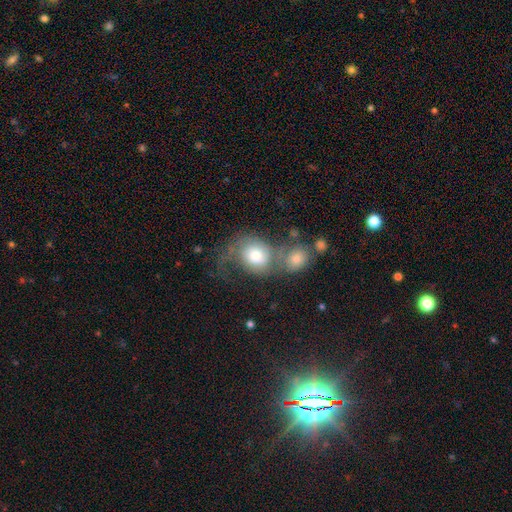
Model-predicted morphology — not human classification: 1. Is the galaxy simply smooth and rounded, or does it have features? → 62% smooth, 30% featured or disk, 8% star or artifact.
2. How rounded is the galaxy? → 61% round, 38% in between, 1% cigar-shaped.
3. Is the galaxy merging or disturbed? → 43% merger, 24% none, 19% major disturbance, 14% minor disturbance.